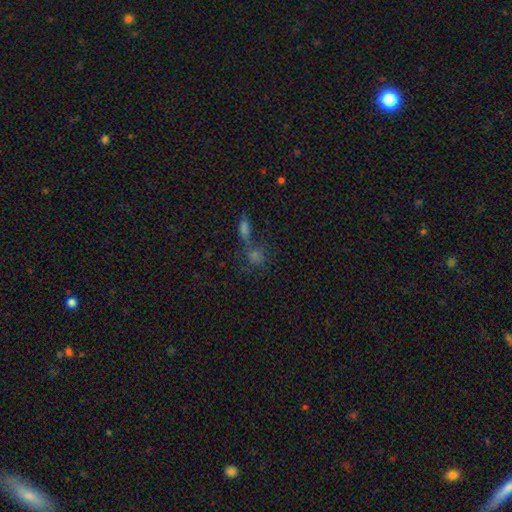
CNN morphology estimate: Q: Smooth or featured?
A: smooth (58%); runner-up: star or artifact (27%)
Q: How rounded?
A: round (59%); runner-up: in between (33%)
Q: Merging?
A: merger (43%); runner-up: none (40%)